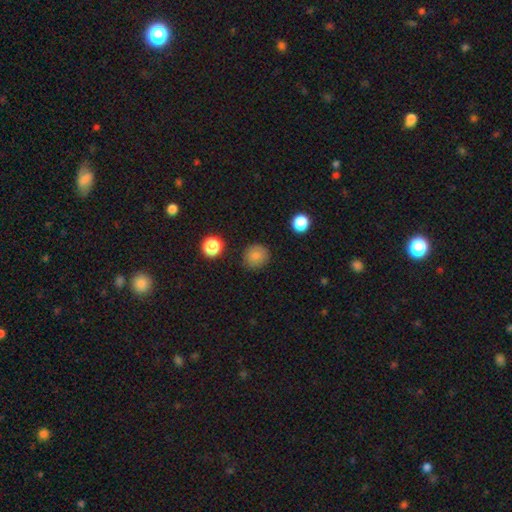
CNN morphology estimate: Overall: smooth (83%). How rounded: round (91%). Merging: none (87%).